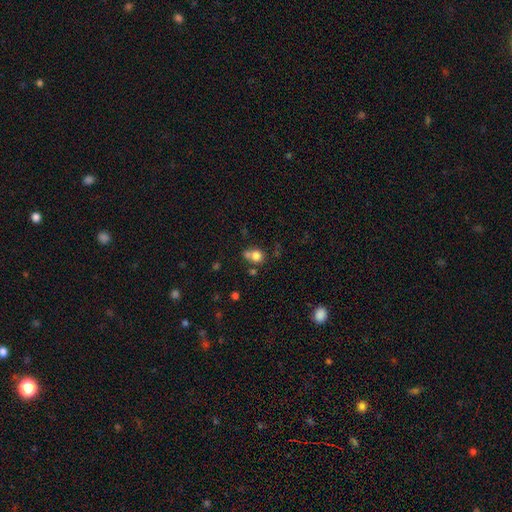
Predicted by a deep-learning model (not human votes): Smooth or featured? Predicted: smooth (p=0.77). How rounded? Predicted: round (p=0.81). Merging? Predicted: none (p=0.48).